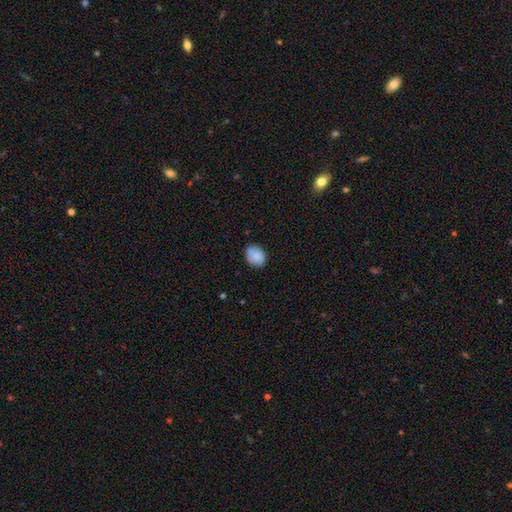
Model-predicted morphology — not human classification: type=smooth (84%); roundness=in between (56%); merging=none (77%).